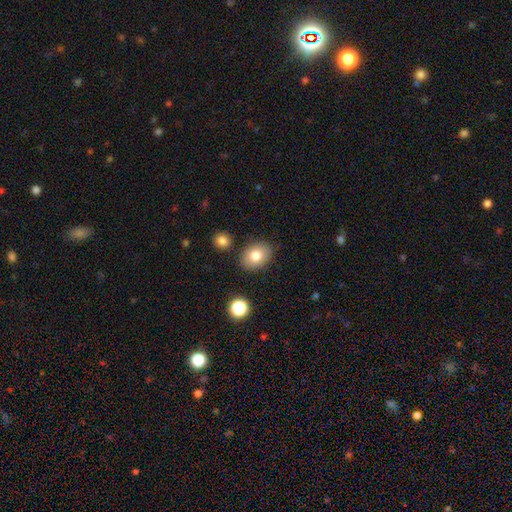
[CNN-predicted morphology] A smooth galaxy with no disk features (80%) that is in between round and cigar-shaped (68%). Merging: none (84%).